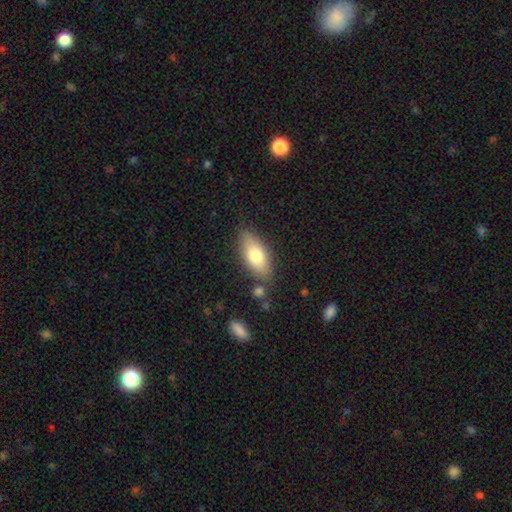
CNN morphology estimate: Overall: smooth (74%). How rounded: in between (82%). Merging: none (78%).